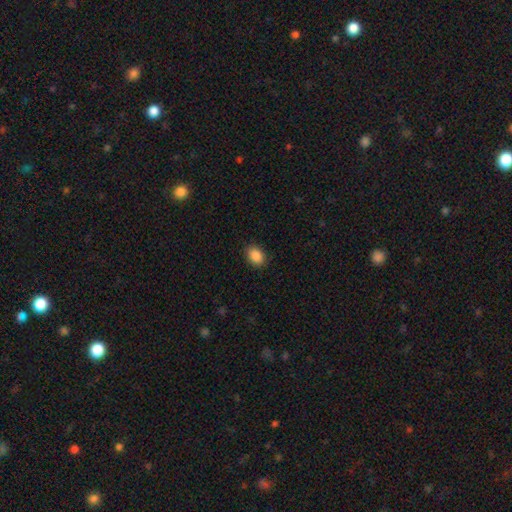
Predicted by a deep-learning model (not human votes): Smooth or featured: smooth — 88% (star or artifact — 8%)
How rounded: in between — 72% (round — 27%)
Merging: none — 88% (minor disturbance — 9%)